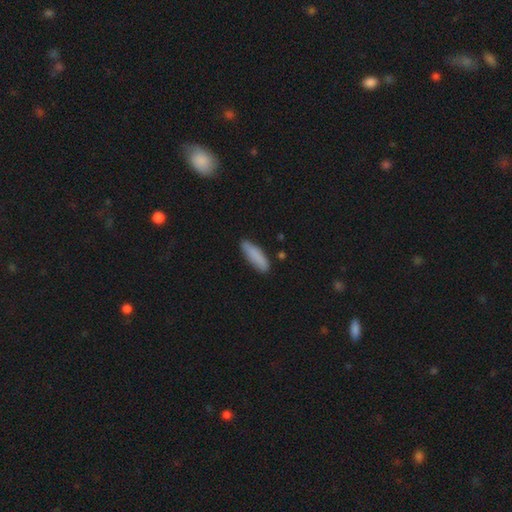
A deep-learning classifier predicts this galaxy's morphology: Overall: smooth (85%). How rounded: cigar-shaped (61%; in between 37%). Merging: none (82%).